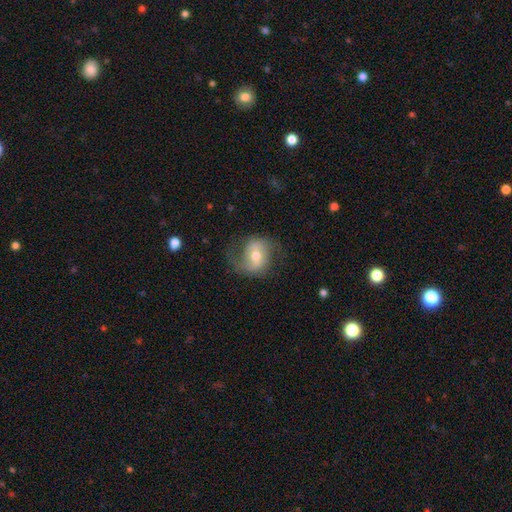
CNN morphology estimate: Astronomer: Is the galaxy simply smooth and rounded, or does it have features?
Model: featured or disk — 69%.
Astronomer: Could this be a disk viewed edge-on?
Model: no — 97%.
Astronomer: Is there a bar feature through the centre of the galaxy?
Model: weak — 44% (runner-up: no, 33%).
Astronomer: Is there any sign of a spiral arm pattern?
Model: yes — 89%.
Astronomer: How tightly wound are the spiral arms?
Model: loose — 44% (runner-up: medium, 42%).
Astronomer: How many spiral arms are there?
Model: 2 — 77%.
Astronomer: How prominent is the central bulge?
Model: moderate — 68%.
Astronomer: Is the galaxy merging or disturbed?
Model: none — 64%.